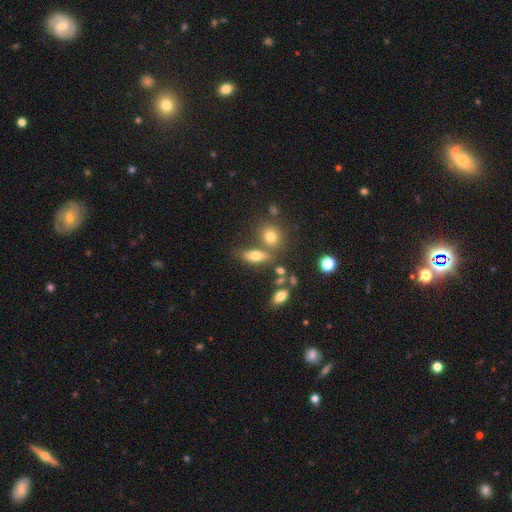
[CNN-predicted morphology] The model was most divided on "merging": none: 58%, merger: 22%, minor disturbance: 14%, major disturbance: 6%. More confident: smooth or featured — smooth (71%); how rounded — in between (69%).